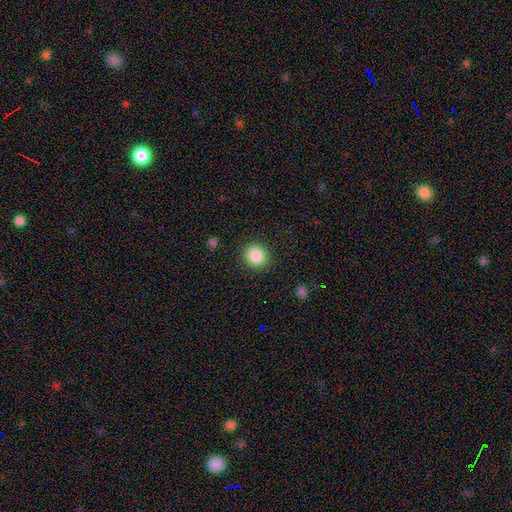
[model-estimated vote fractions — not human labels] This is clearly a smooth galaxy (86%). How rounded: clearly round (86%). Merging: clearly none (90%).